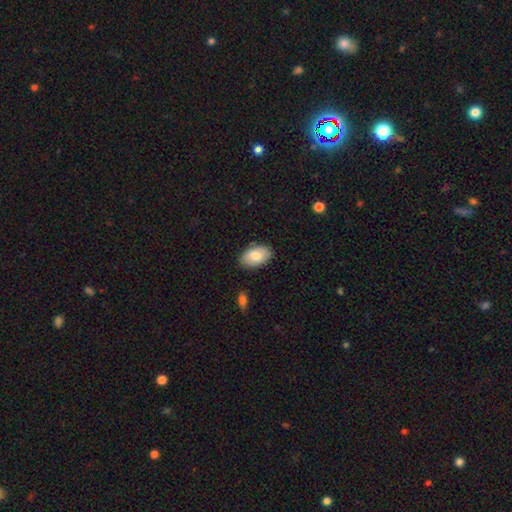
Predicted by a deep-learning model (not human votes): A smooth galaxy with no disk features (76%) that is in between round and cigar-shaped (93%).

Vote fractions:
- Smooth or featured? smooth: 76% / featured or disk: 17% / star or artifact: 6%
- How rounded? in between: 93% / round: 6% / cigar-shaped: 1%
- Merging? none: 84% / minor disturbance: 12% / major disturbance: 2% / merger: 1%